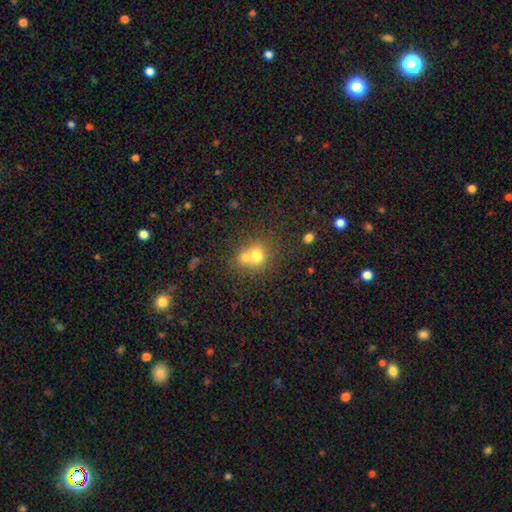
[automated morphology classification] This appears to be a smooth galaxy with no disk features (71%) that is round (78%). Merging: merger (58%).